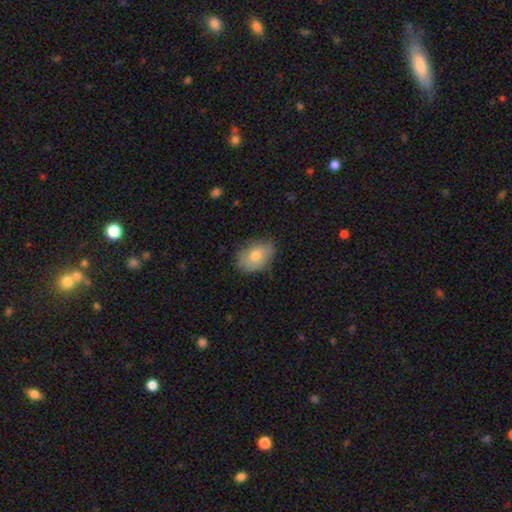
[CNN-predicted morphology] Smooth or featured: smooth — 74% (featured or disk — 19%)
How rounded: in between — 82% (round — 16%)
Merging: none — 71% (minor disturbance — 23%)